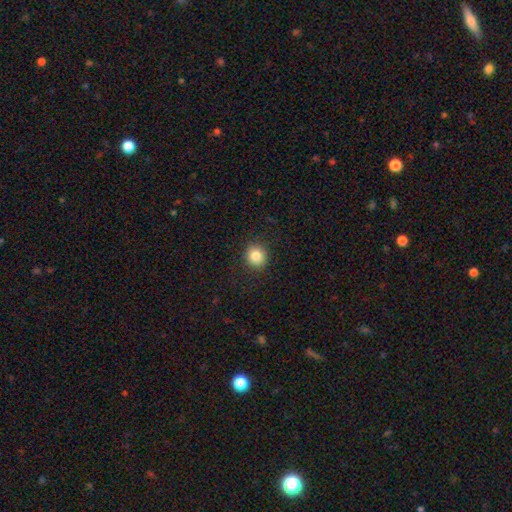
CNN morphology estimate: Q: Smooth or featured?
A: smooth (85%); runner-up: star or artifact (10%)
Q: How rounded?
A: round (85%); runner-up: in between (14%)
Q: Merging?
A: none (90%); runner-up: minor disturbance (7%)